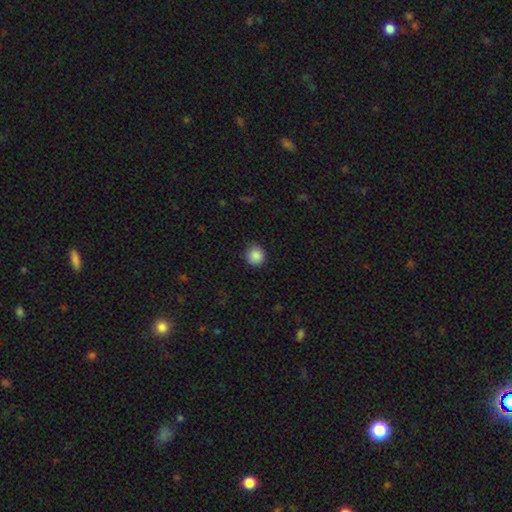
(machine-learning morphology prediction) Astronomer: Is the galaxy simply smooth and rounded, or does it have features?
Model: smooth — 87%.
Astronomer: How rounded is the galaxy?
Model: round — 91%.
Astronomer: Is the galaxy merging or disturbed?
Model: none — 84%.